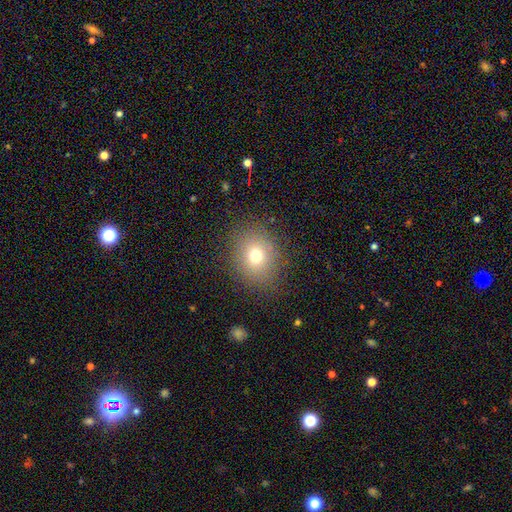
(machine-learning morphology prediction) smooth_or_featured: smooth (p=0.72) [alt: star or artifact p=0.16]
how_rounded: round (p=0.64) [alt: in between p=0.35]
merging: none (p=0.84) [alt: minor disturbance p=0.10]